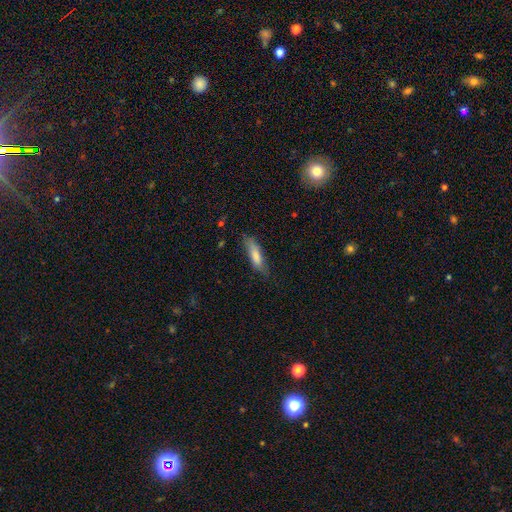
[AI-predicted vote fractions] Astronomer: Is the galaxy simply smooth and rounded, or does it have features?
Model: smooth — 78%.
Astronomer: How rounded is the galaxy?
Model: cigar-shaped — 67%.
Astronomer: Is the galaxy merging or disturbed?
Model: none — 69%.